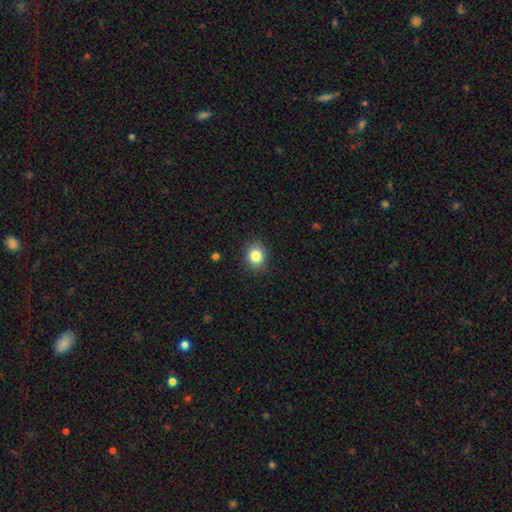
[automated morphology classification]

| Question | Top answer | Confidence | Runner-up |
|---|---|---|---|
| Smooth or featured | smooth | 83% | star or artifact (11%) |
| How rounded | round | 71% | in between (28%) |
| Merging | none | 90% | minor disturbance (7%) |